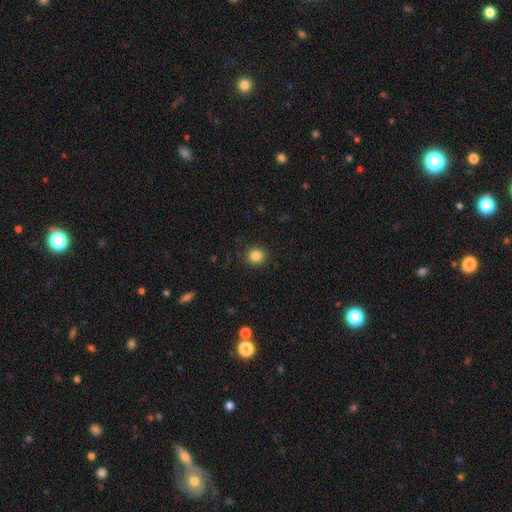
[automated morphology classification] Smooth or featured: smooth — 85% (star or artifact — 11%)
How rounded: round — 91% (in between — 8%)
Merging: none — 90% (minor disturbance — 7%)